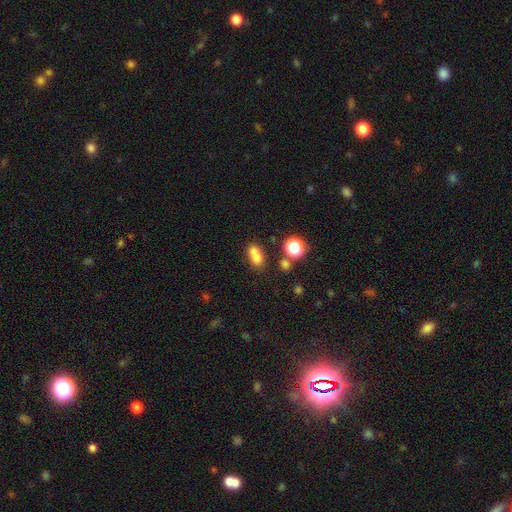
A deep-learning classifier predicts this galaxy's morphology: smooth_or_featured: smooth (p=0.72) [alt: star or artifact p=0.15]
how_rounded: in between (p=0.68) [alt: round p=0.26]
merging: none (p=0.44) [alt: merger p=0.37]